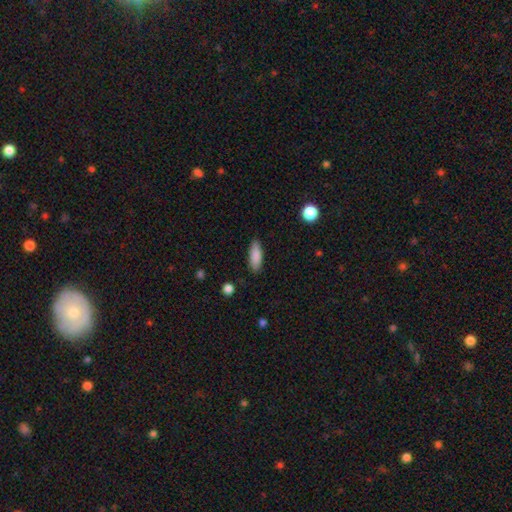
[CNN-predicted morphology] This appears to be a smooth galaxy with no disk features (87%) that is in between round and cigar-shaped (64%). Merging: none (86%).